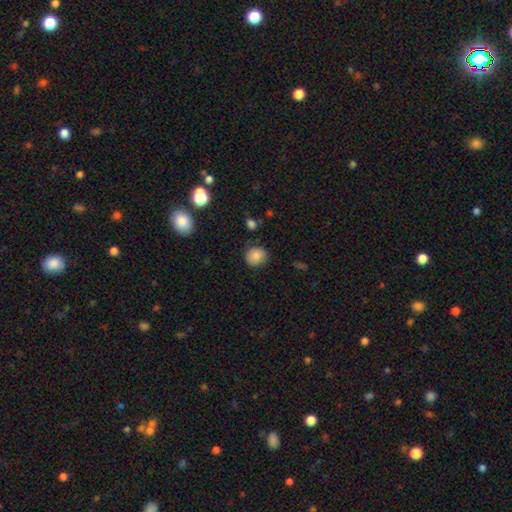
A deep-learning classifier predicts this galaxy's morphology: The model was most divided on "how rounded": round: 79%, in between: 20%, cigar-shaped: 1%. More confident: smooth or featured — smooth (84%); merging — none (81%).